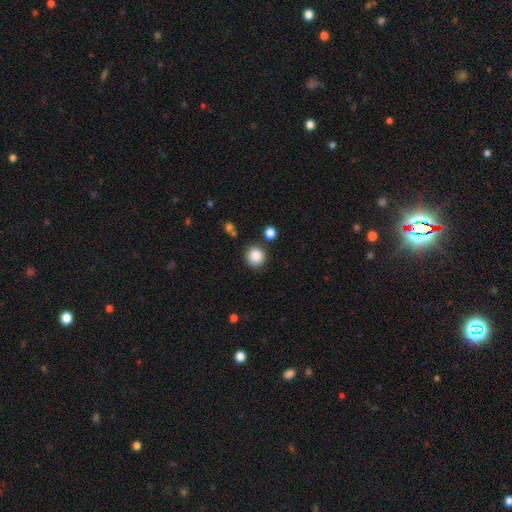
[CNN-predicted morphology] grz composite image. It shows a smooth galaxy with no disk features (87%) that is round (93%). Merging: none (85%).